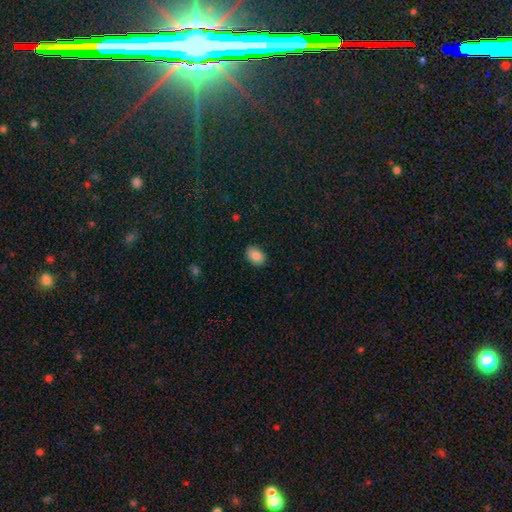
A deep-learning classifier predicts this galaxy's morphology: Smooth or featured? Predicted: smooth (p=0.88). How rounded? Predicted: in between (p=0.84). Merging? Predicted: none (p=0.88).